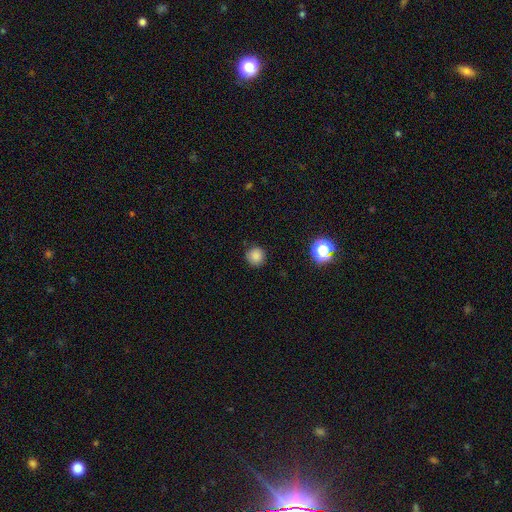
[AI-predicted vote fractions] Morphology: type=smooth (83%); roundness=round (94%); merging=none (86%).